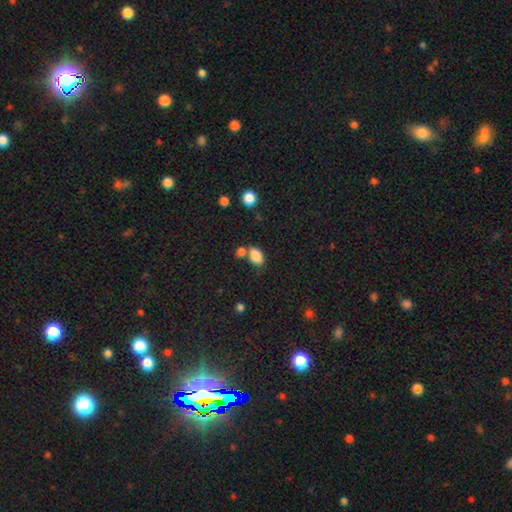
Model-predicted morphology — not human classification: This is clearly a smooth galaxy (85%). How rounded: clearly in between (87%). Merging: possibly none (53%).